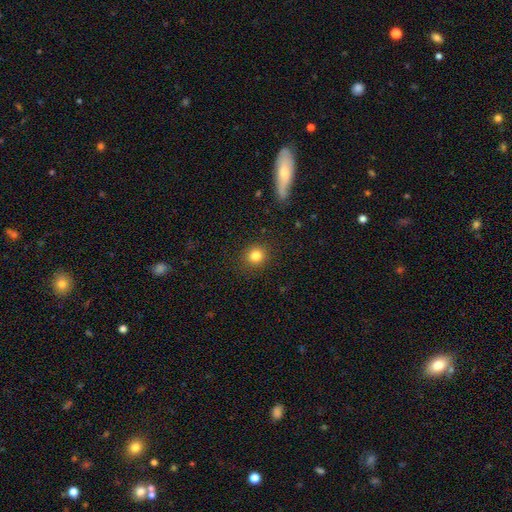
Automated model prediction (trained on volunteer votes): smooth_or_featured: smooth (p=0.83) [alt: star or artifact p=0.12]
how_rounded: round (p=0.88) [alt: in between p=0.11]
merging: none (p=0.89) [alt: minor disturbance p=0.07]